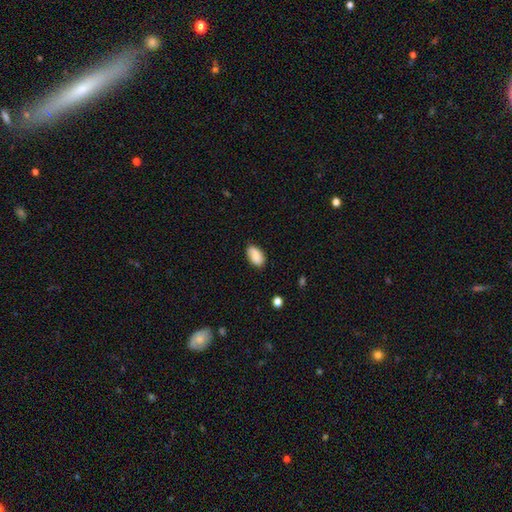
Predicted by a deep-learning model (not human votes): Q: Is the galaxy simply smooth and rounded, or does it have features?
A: smooth — 79%.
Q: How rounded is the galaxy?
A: in between — 92%.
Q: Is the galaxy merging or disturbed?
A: none — 79%.